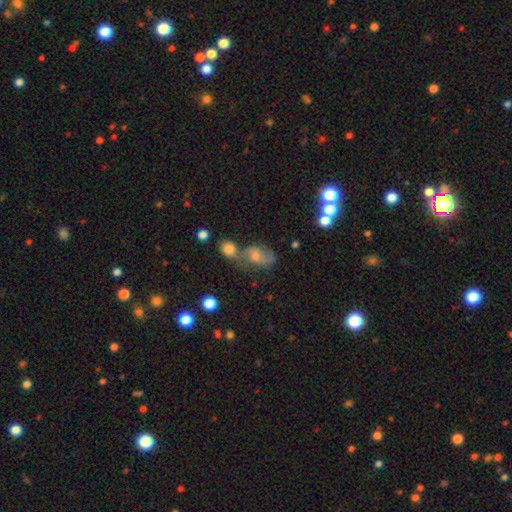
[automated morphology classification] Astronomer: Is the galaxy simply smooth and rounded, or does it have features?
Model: smooth — 54% (runner-up: featured or disk, 33%).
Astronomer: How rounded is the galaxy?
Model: in between — 72%.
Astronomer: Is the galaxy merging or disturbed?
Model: merger — 42% (runner-up: none, 30%).